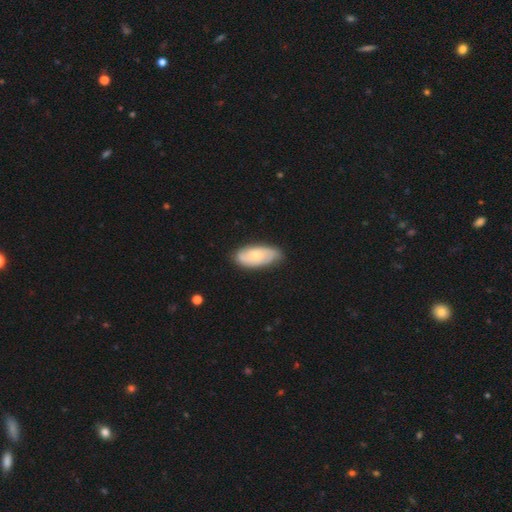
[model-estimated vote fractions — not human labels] Q: Smooth or featured?
A: smooth (51%); runner-up: featured or disk (43%)
Q: How rounded?
A: in between (89%); runner-up: cigar-shaped (8%)
Q: Merging?
A: none (77%); runner-up: minor disturbance (19%)